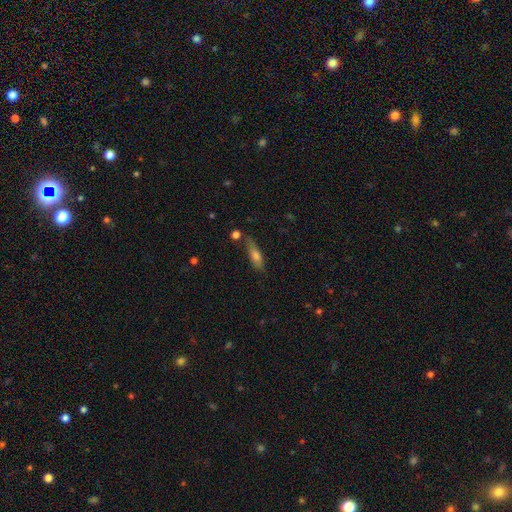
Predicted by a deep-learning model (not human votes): smooth_or_featured: smooth (p=0.66) [alt: featured or disk p=0.26]
how_rounded: cigar-shaped (p=0.56) [alt: in between p=0.41]
merging: none (p=0.67) [alt: minor disturbance p=0.21]